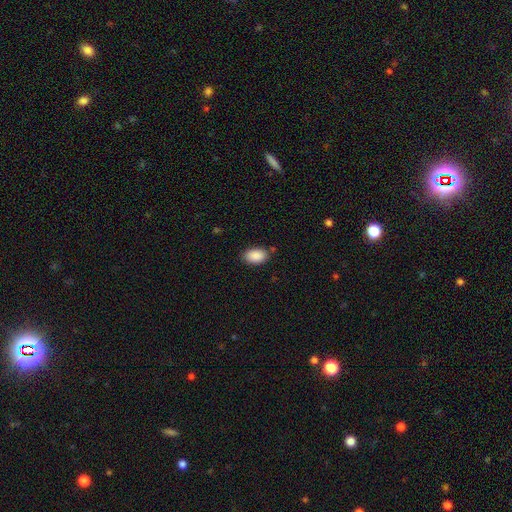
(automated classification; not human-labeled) Overall: smooth (90%). How rounded: in between (92%). Merging: none (83%).